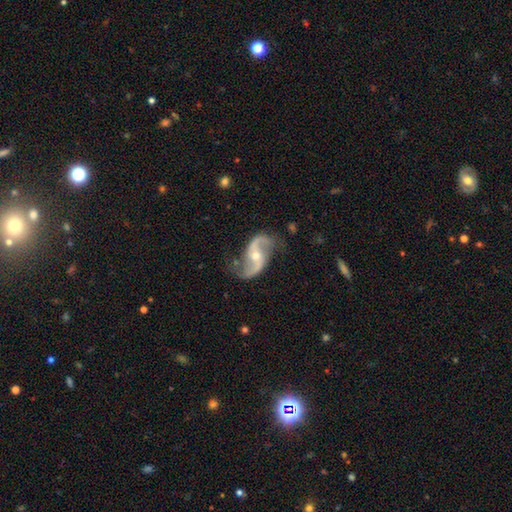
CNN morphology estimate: Smooth or featured?
  - featured or disk: 92% *
  - star or artifact: 4%
  - smooth: 4%
Edge-on disk?
  - no: 97% *
  - yes: 3%
Bar?
  - no: 46% *
  - weak: 36%
  - strong: 18%
Spiral arms?
  - yes: 97% *
  - no: 3%
Spiral winding?
  - loose: 75% *
  - medium: 20%
  - tight: 5%
Spiral arm count?
  - 2: 94% *
  - can't tell: 1%
  - 1: 1%
  - 3: 1%
  - 4: 1%
  - more than 4: 1%
Bulge size?
  - moderate: 55% *
  - small: 40%
  - large: 2%
  - none: 1%
  - dominant: 1%
Merging?
  - none: 78% *
  - minor disturbance: 14%
  - major disturbance: 5%
  - merger: 2%